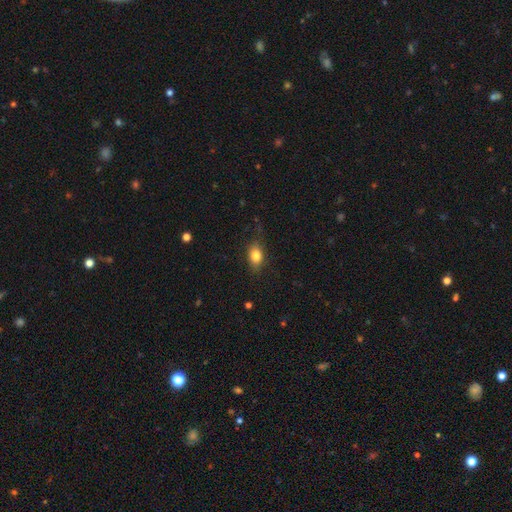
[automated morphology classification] A smooth galaxy with no disk features (82%) that is in between round and cigar-shaped (79%).

Vote fractions:
- Smooth or featured? smooth: 82% / featured or disk: 9% / star or artifact: 9%
- How rounded? in between: 79% / round: 18% / cigar-shaped: 3%
- Merging? none: 77% / minor disturbance: 17% / major disturbance: 5% / merger: 1%